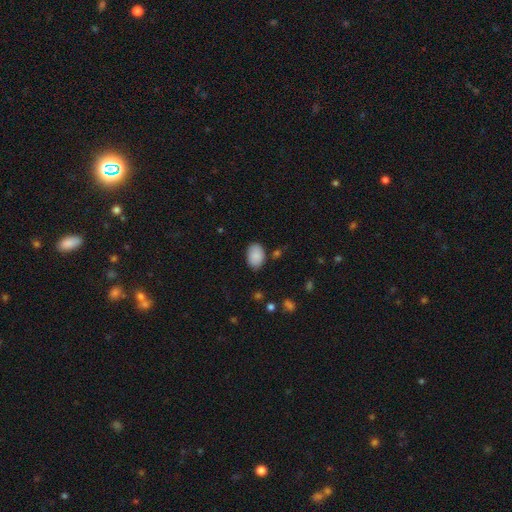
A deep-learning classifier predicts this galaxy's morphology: smooth 89%, star or artifact 7%, featured or disk 4%. Down the decision tree: how rounded — in between (87%); merging — none (82%).